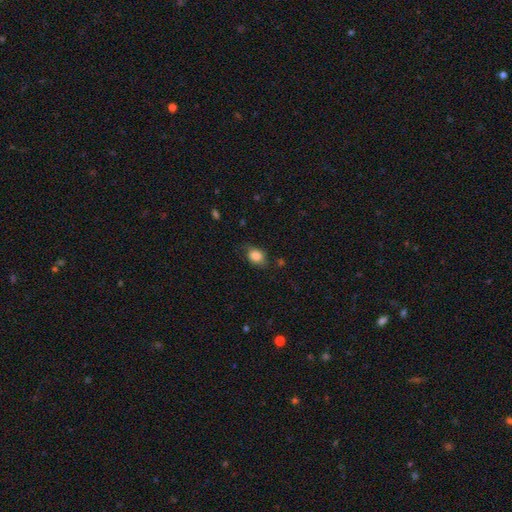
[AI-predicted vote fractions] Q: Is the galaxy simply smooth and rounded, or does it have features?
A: smooth — 84%.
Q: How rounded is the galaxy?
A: in between — 71%.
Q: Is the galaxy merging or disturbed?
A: none — 66%.